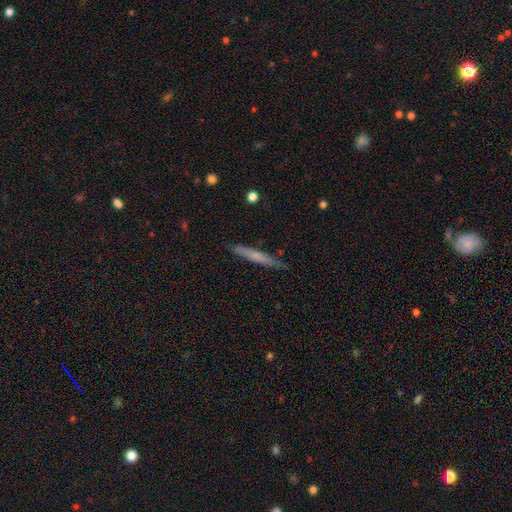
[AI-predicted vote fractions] Overall: smooth (57%; featured or disk 37%). How rounded: cigar-shaped (95%). Merging: none (86%).